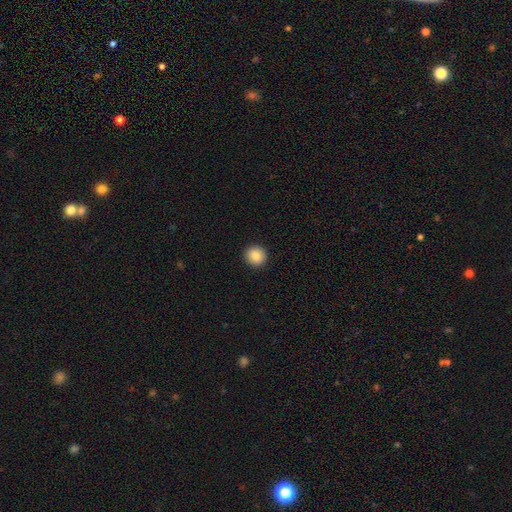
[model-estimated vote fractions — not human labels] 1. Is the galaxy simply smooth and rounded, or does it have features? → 87% smooth, 9% star or artifact, 4% featured or disk.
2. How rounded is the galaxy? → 93% round, 6% in between, 1% cigar-shaped.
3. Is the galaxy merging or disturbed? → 93% none, 4% minor disturbance, 2% major disturbance, 1% merger.